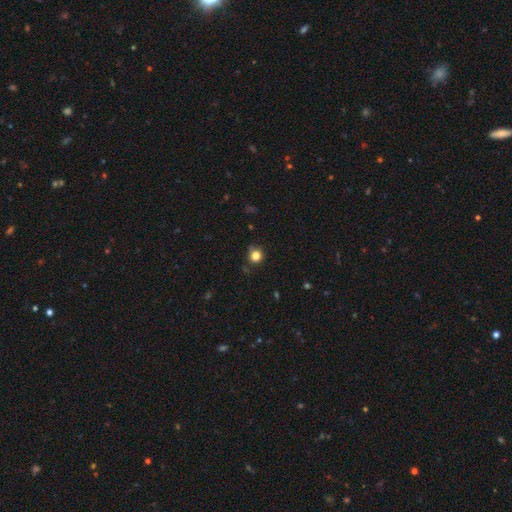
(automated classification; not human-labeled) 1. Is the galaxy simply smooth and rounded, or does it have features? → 81% smooth, 14% star or artifact, 5% featured or disk.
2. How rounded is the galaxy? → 90% round, 9% in between, 1% cigar-shaped.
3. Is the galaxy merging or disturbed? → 77% none, 17% minor disturbance, 4% major disturbance, 2% merger.